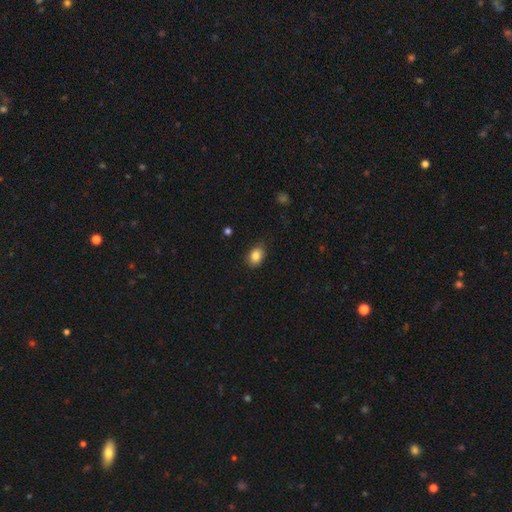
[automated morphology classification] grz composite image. It shows a smooth galaxy with no disk features (85%) that is in between round and cigar-shaped (76%). Merging: none (80%).